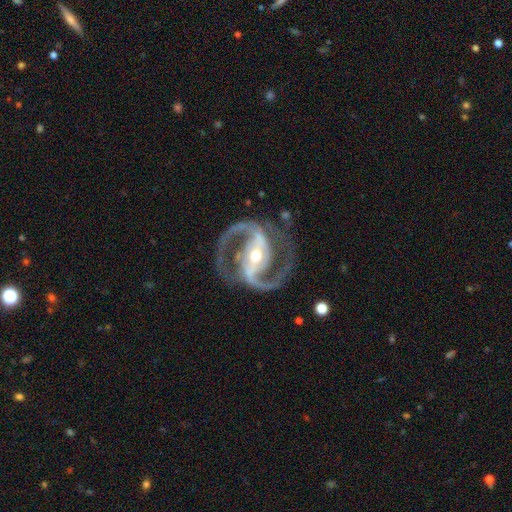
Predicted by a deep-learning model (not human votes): Smooth or featured? Predicted: featured or disk (p=0.94). Edge-on disk? Predicted: no (p=0.98). Bar? Predicted: strong (p=0.59). Spiral arms? Predicted: yes (p=0.98). Spiral winding? Predicted: medium (p=0.66). Spiral arm count? Predicted: 2 (p=0.94). Bulge size? Predicted: moderate (p=0.56). Merging? Predicted: none (p=0.81).